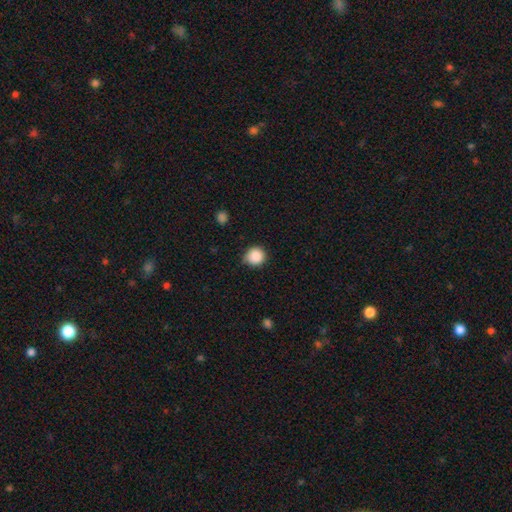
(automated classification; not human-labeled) Overall: smooth (88%). How rounded: round (91%). Merging: none (78%).